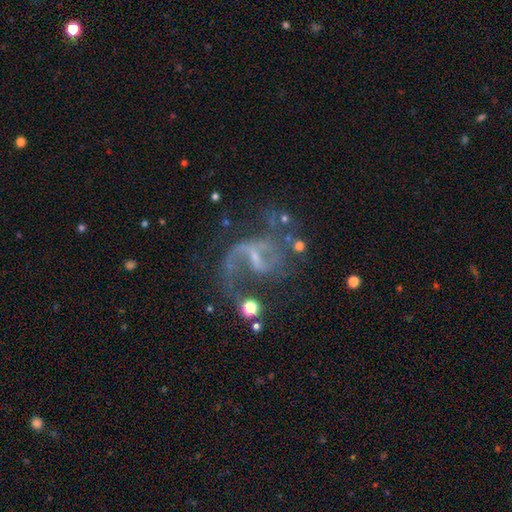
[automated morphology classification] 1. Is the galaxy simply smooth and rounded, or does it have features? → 84% featured or disk, 10% star or artifact, 6% smooth.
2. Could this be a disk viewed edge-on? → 98% no, 2% yes.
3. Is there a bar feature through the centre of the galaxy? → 50% weak, 27% strong, 22% no.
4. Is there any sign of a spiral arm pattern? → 89% yes, 11% no.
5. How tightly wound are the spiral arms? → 59% loose, 34% medium, 8% tight.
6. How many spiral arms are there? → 64% 2, 23% 1, 7% can't tell, 3% 3, 2% 4, 2% more than 4.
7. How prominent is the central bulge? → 67% small, 20% none, 12% moderate, 1% large, 1% dominant.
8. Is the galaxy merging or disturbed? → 44% none, 31% major disturbance, 17% minor disturbance, 7% merger.